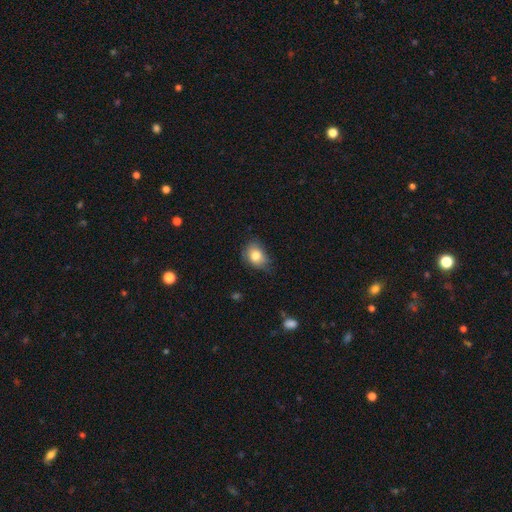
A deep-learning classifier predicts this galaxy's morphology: Smooth or featured: smooth — 80% (featured or disk — 11%)
How rounded: in between — 60% (round — 39%)
Merging: none — 61% (minor disturbance — 31%)